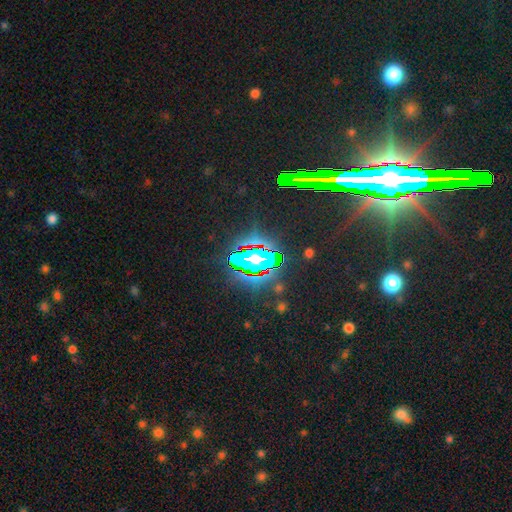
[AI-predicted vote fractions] Morphology: type=star or artifact (65%).